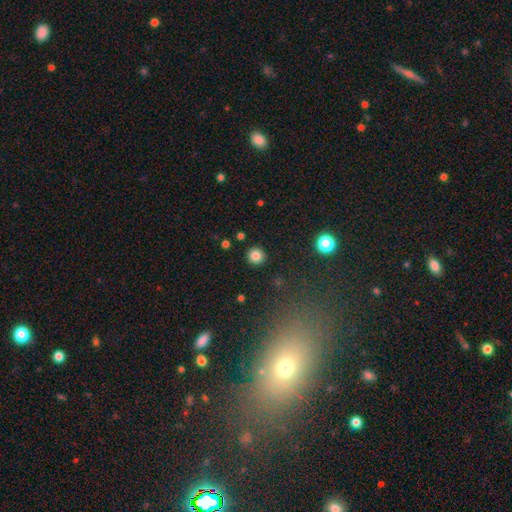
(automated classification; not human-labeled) A smooth galaxy with no disk features (83%) that is round (94%).

Vote fractions:
- Smooth or featured? smooth: 83% / star or artifact: 12% / featured or disk: 5%
- How rounded? round: 94% / in between: 5% / cigar-shaped: 1%
- Merging? none: 92% / minor disturbance: 5% / major disturbance: 2% / merger: 2%